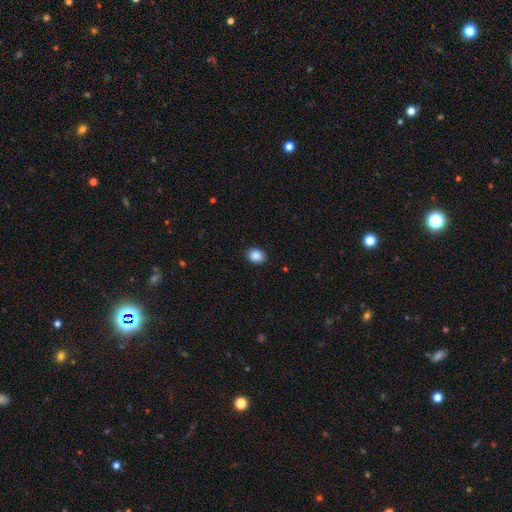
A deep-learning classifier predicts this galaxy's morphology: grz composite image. It shows a smooth galaxy with no disk features (88%) that is round (50%). Merging: none (90%).